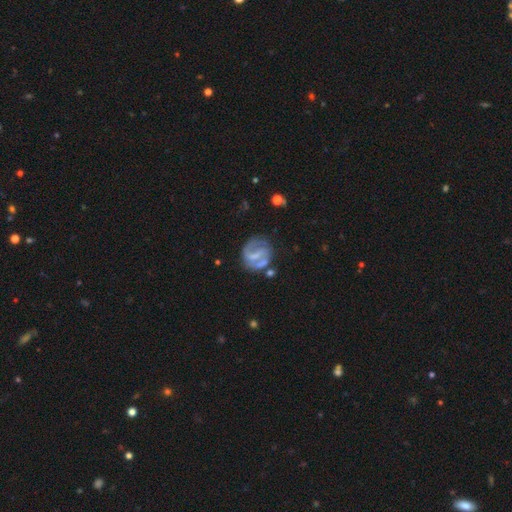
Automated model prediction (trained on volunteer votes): This appears to be a featured or disk galaxy (71%) with a strong bar (43%), 2 (69%) medium (42%) spiral arms (77%) and no central bulge (43%). Merging: none (59%).